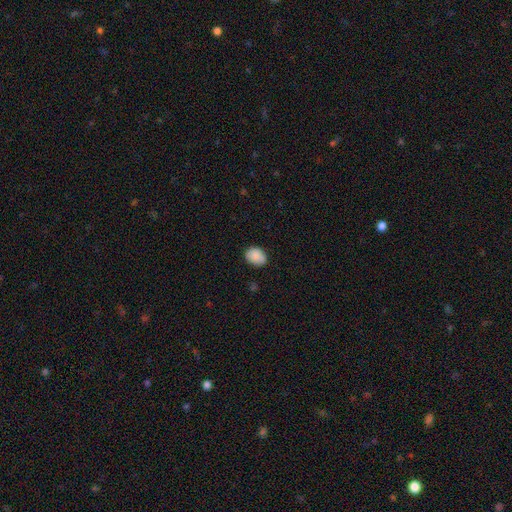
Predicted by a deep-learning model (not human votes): Smooth or featured? smooth (89%)
How rounded? in between (67%)
Merging? none (78%)